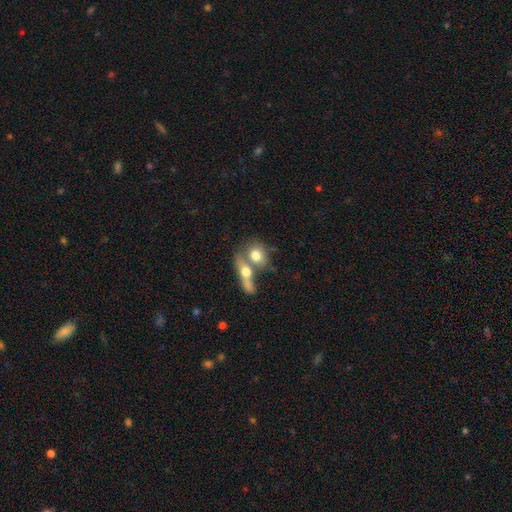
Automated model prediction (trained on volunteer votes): This appears to be a smooth galaxy with no disk features (69%) that is in between round and cigar-shaped (48%). Merging: merger (56%).